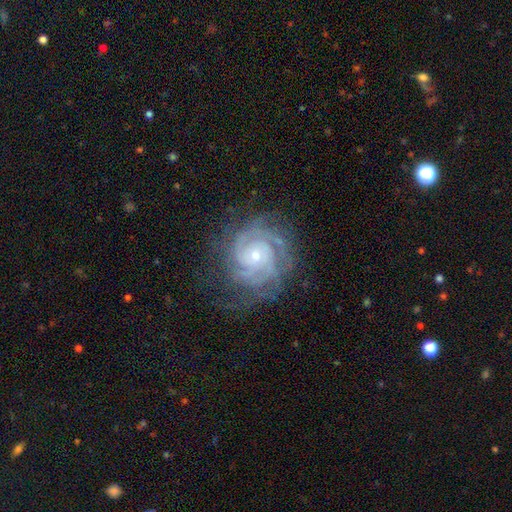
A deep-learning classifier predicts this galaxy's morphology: Smooth or featured: featured or disk — 89% (star or artifact — 6%)
Edge-on disk: no — 98% (yes — 2%)
Bar: no — 76% (weak — 19%)
Spiral arms: yes — 98% (no — 2%)
Spiral winding: tight — 75% (medium — 22%)
Spiral arm count: 3 — 27% (4 — 21%)
Bulge size: small — 72% (moderate — 25%)
Merging: none — 71% (minor disturbance — 18%)